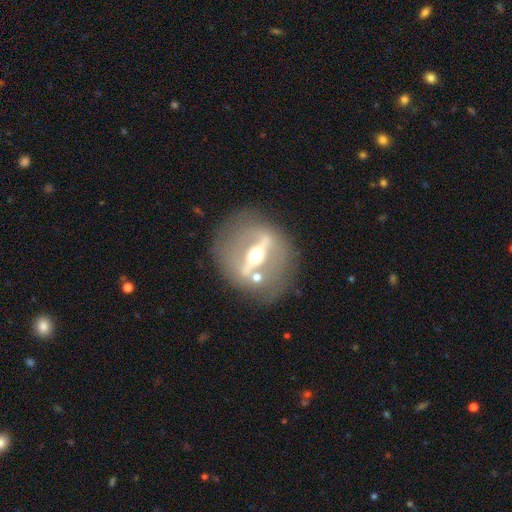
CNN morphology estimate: The model was most divided on "edge-on disk": no: 54%, yes: 46%. More confident: smooth or featured — featured or disk (84%); merging — none (78%).